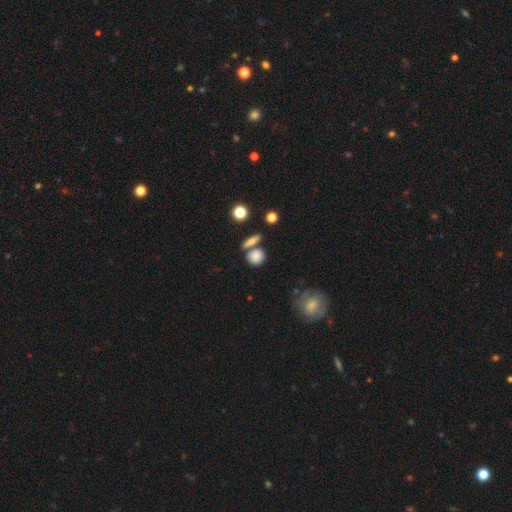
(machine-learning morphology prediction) smooth 81%, star or artifact 10%, featured or disk 9%. Down the decision tree: how rounded — round (66%); merging — none (58%).